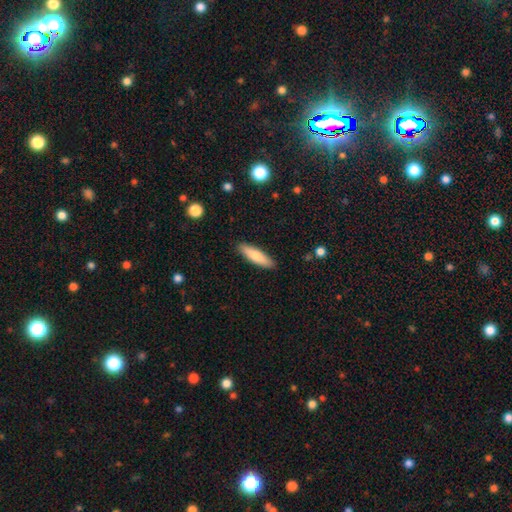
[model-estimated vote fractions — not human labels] This appears to be a smooth galaxy with no disk features (76%) that is cigar-shaped (68%). Merging: none (89%).